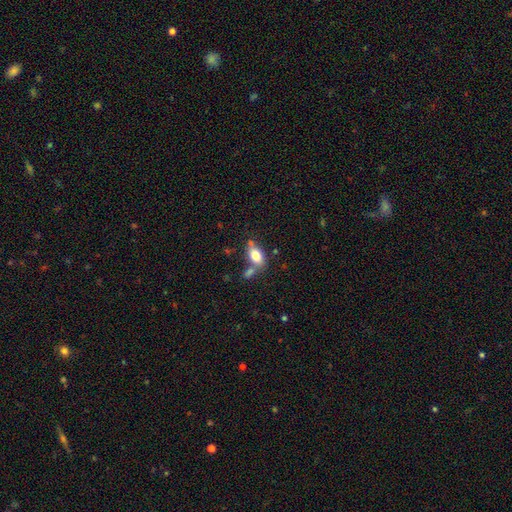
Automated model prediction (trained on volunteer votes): The model was most divided on "merging": none: 58%, merger: 22%, minor disturbance: 15%, major disturbance: 5%. More confident: how rounded — in between (88%); smooth or featured — smooth (77%).